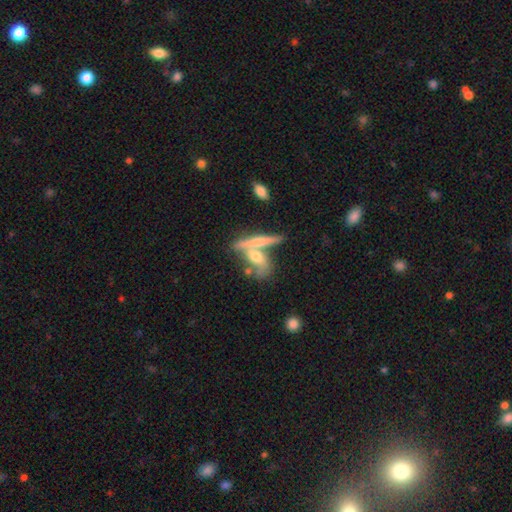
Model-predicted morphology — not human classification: Overall: featured or disk (50%; smooth 41%). Merging: merger (45%; none 38%).